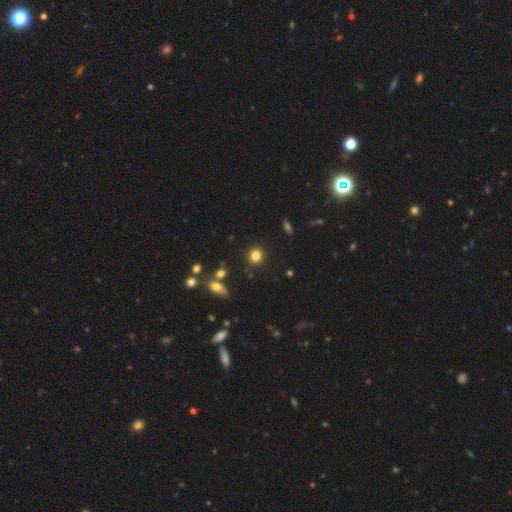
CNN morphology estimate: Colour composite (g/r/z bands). It shows a smooth galaxy with no disk features (82%) that is round (87%). Merging: none (88%).